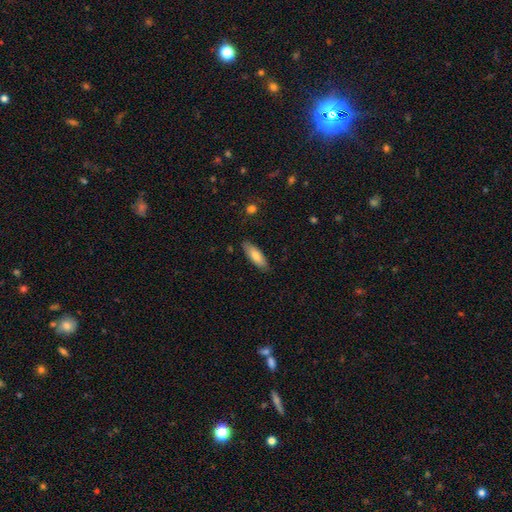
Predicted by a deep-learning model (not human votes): This is likely a smooth galaxy (78%). How rounded: likely in between (62%). Merging: clearly none (85%).